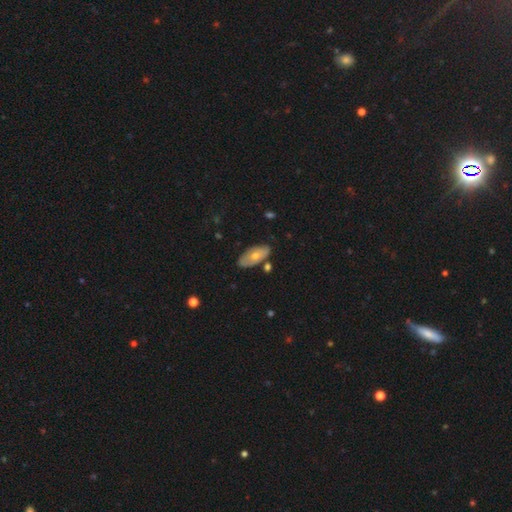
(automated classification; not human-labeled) The model was most divided on "smooth or featured": smooth: 53%, featured or disk: 40%, star or artifact: 6%. More confident: how rounded — in between (91%); merging — none (76%).